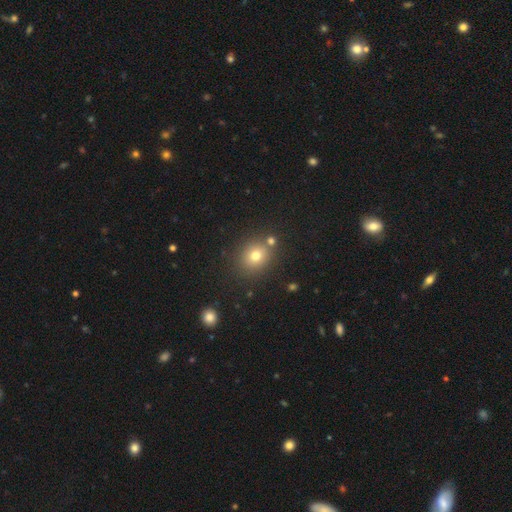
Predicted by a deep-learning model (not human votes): This is likely a smooth galaxy (74%). How rounded: likely round (68%). Merging: likely none (76%).